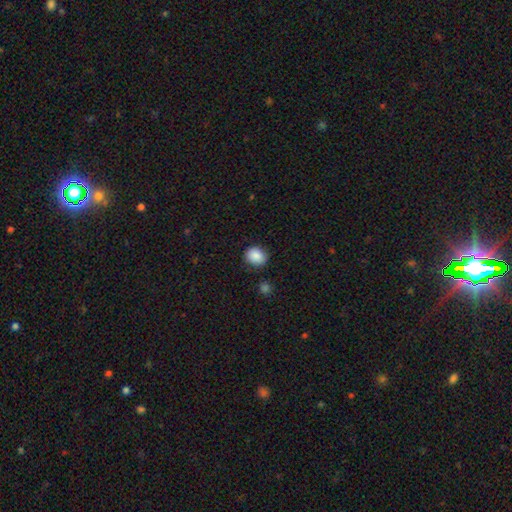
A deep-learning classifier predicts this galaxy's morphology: Smooth or featured?
  - smooth: 88% *
  - star or artifact: 8%
  - featured or disk: 4%
How rounded?
  - round: 67% *
  - in between: 33%
  - cigar-shaped: 1%
Merging?
  - none: 85% *
  - minor disturbance: 11%
  - major disturbance: 3%
  - merger: 2%